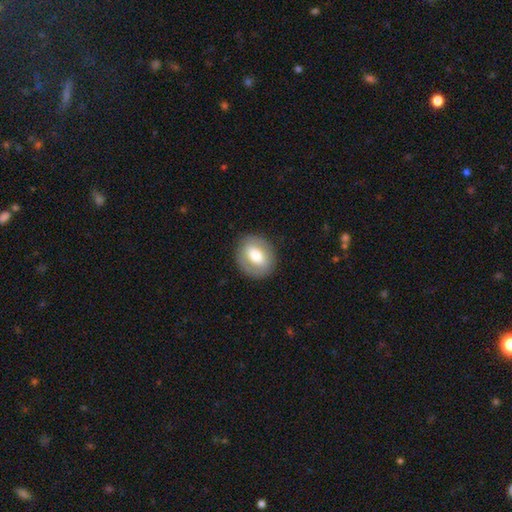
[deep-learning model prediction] Smooth or featured? Predicted: smooth (p=0.61). How rounded? Predicted: round (p=0.57). Merging? Predicted: none (p=0.85).